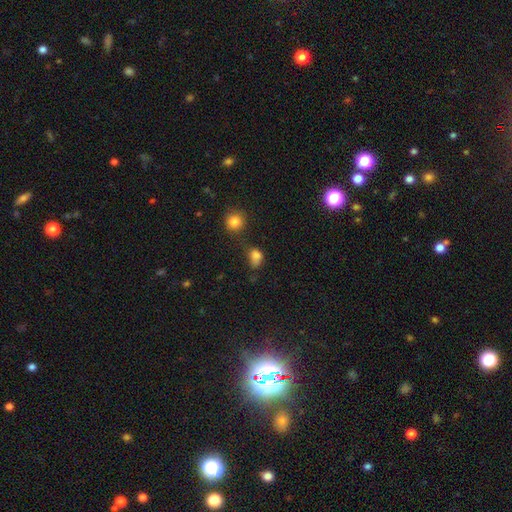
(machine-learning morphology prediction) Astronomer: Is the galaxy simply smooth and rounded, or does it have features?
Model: smooth — 78%.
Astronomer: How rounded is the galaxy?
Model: in between — 63%.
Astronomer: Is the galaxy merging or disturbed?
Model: none — 39% (runner-up: minor disturbance, 29%).